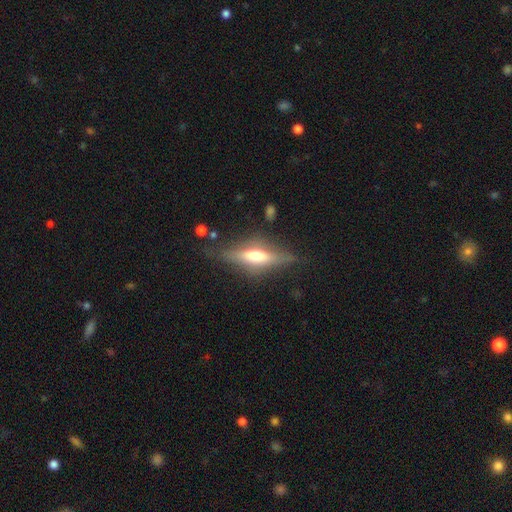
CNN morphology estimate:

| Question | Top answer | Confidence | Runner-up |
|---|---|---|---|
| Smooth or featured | featured or disk | 55% | smooth (38%) |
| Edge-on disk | yes | 88% | no (12%) |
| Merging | none | 73% | minor disturbance (18%) |